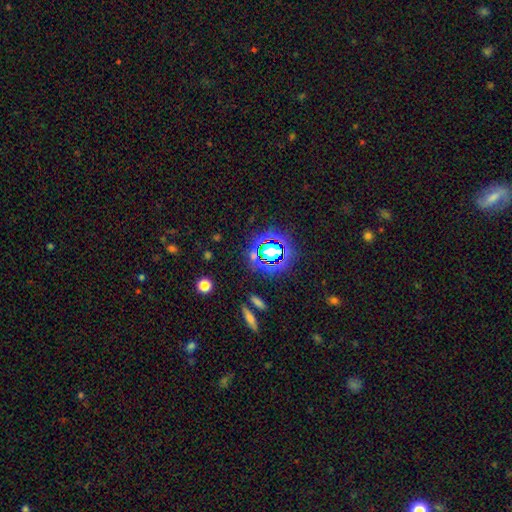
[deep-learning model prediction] Smooth or featured: star or artifact — 68% (smooth — 21%)